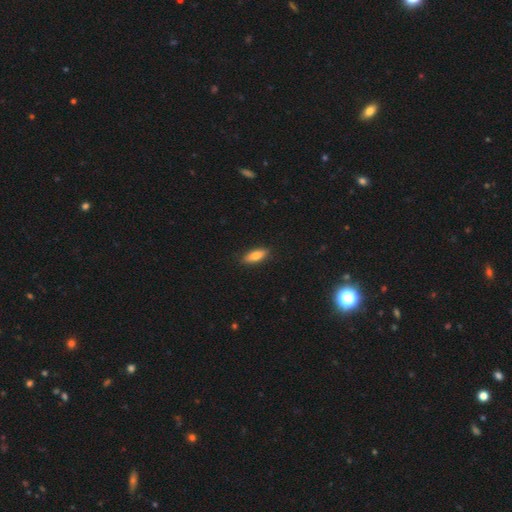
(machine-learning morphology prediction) A smooth galaxy with no disk features (77%) that is in between round and cigar-shaped (68%).

Vote fractions:
- Smooth or featured? smooth: 77% / featured or disk: 17% / star or artifact: 7%
- How rounded? in between: 68% / cigar-shaped: 29% / round: 3%
- Merging? none: 88% / minor disturbance: 9% / major disturbance: 2% / merger: 1%